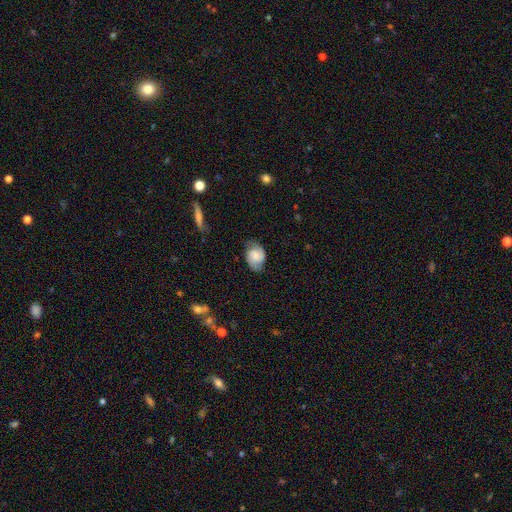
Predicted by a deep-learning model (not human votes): Q: Smooth or featured?
A: featured or disk (58%); runner-up: smooth (34%)
Q: Edge-on disk?
A: no (97%); runner-up: yes (3%)
Q: Bar?
A: no (55%); runner-up: weak (37%)
Q: Spiral arms?
A: yes (92%); runner-up: no (8%)
Q: Spiral winding?
A: medium (47%); runner-up: tight (35%)
Q: Spiral arm count?
A: 2 (85%); runner-up: can't tell (8%)
Q: Bulge size?
A: small (32%); runner-up: moderate (31%)
Q: Merging?
A: none (71%); runner-up: minor disturbance (22%)